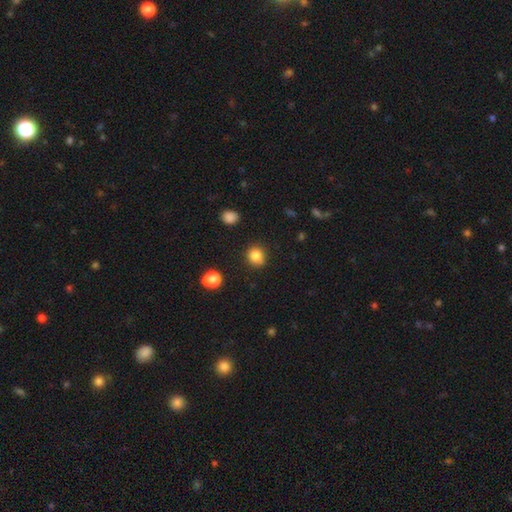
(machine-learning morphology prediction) Q: Smooth or featured?
A: smooth (83%); runner-up: star or artifact (12%)
Q: How rounded?
A: round (84%); runner-up: in between (15%)
Q: Merging?
A: none (84%); runner-up: minor disturbance (11%)